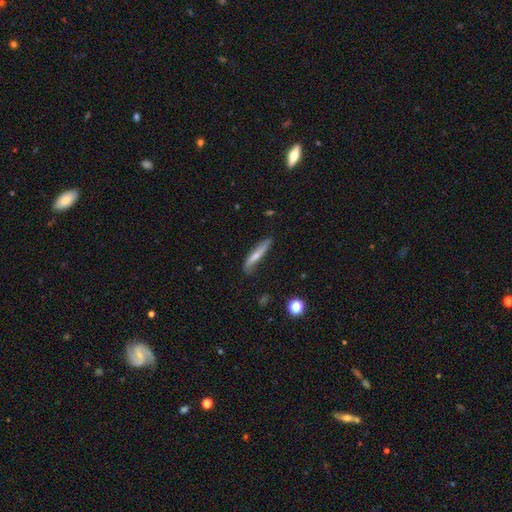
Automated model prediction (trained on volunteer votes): The model was most divided on "smooth or featured": featured or disk: 51%, smooth: 42%, star or artifact: 8%. More confident: edge-on disk — yes (78%); merging — none (70%).